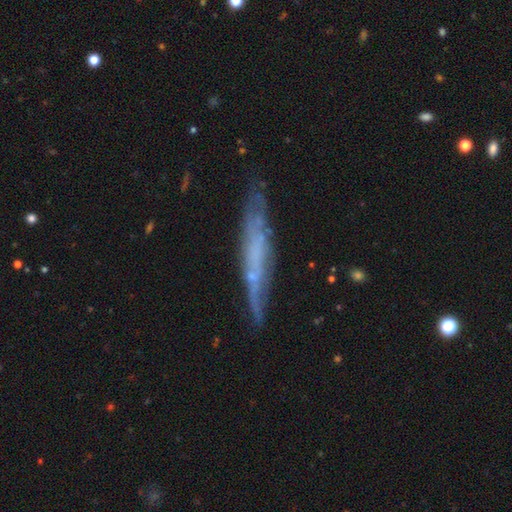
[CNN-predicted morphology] This is likely a featured or disk galaxy (63%). It is likely viewed edge-on (79%). Merging: likely none (74%).